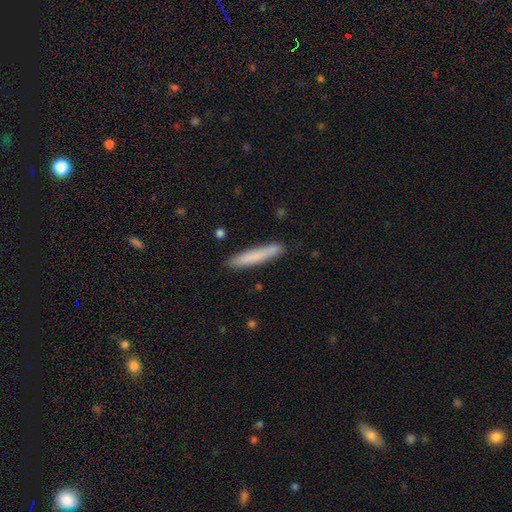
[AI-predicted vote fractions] Smooth or featured: smooth — 80% (featured or disk — 14%)
How rounded: cigar-shaped — 93% (in between — 6%)
Merging: none — 86% (minor disturbance — 10%)